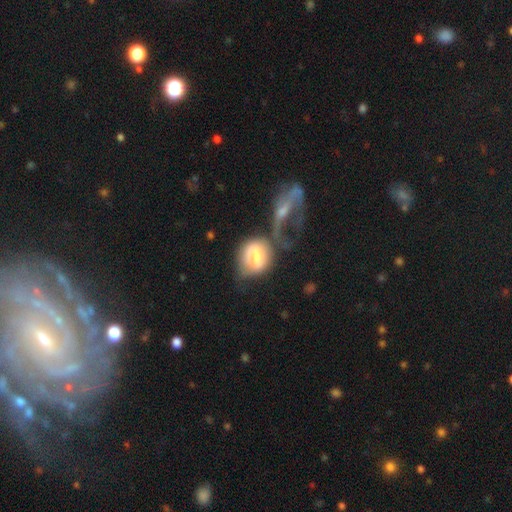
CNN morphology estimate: A smooth galaxy with no disk features (62%) that is in between round and cigar-shaped (52%). Merging: merger (35%).